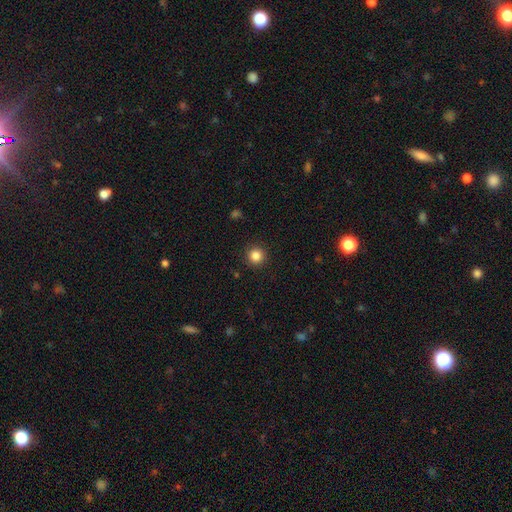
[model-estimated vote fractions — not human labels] Smooth or featured?
  - smooth: 85% *
  - star or artifact: 11%
  - featured or disk: 4%
How rounded?
  - round: 95% *
  - in between: 4%
  - cigar-shaped: 1%
Merging?
  - none: 92% *
  - minor disturbance: 5%
  - major disturbance: 2%
  - merger: 1%